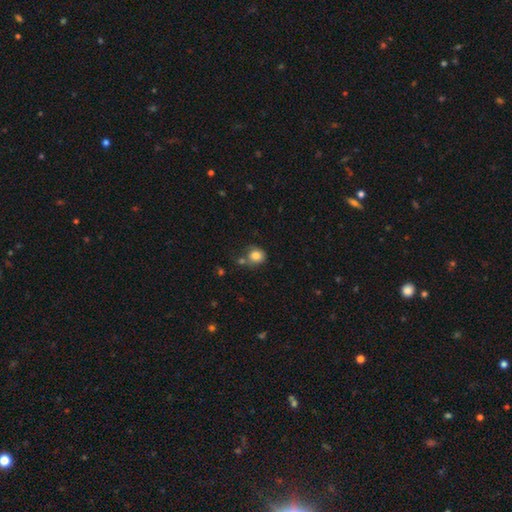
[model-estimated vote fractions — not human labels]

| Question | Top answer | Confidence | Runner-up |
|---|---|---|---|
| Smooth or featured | smooth | 83% | star or artifact (10%) |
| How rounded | round | 75% | in between (24%) |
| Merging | none | 59% | minor disturbance (18%) |